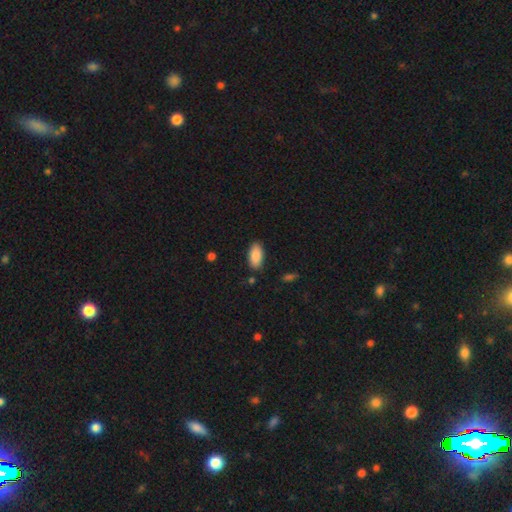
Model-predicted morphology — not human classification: This appears to be a smooth galaxy with no disk features (88%) that is in between round and cigar-shaped (92%). Merging: none (85%).